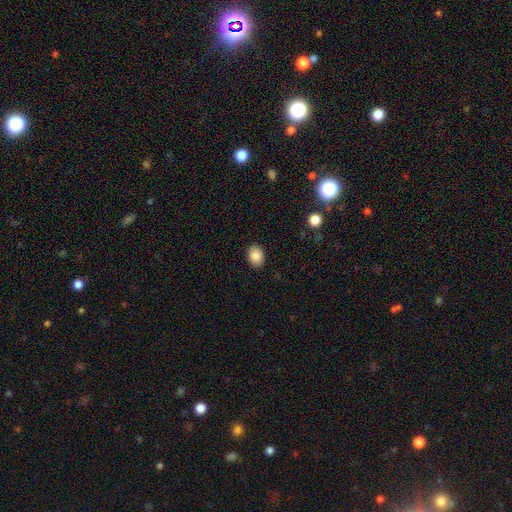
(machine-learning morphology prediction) Smooth or featured: smooth — 87% (star or artifact — 8%)
How rounded: in between — 66% (round — 33%)
Merging: none — 88% (minor disturbance — 9%)